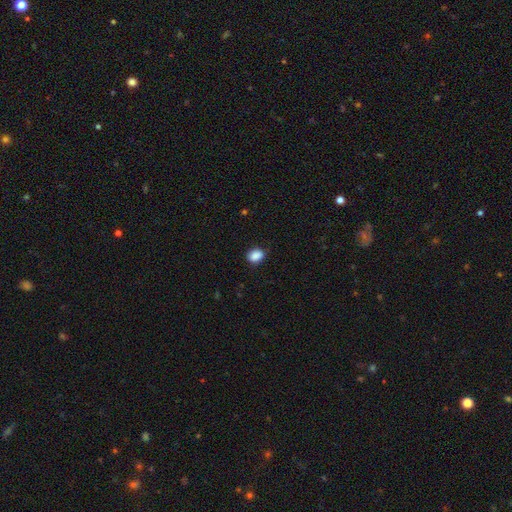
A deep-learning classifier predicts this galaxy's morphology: This appears to be a smooth galaxy with no disk features (89%) that is in between round and cigar-shaped (64%). Merging: none (82%).